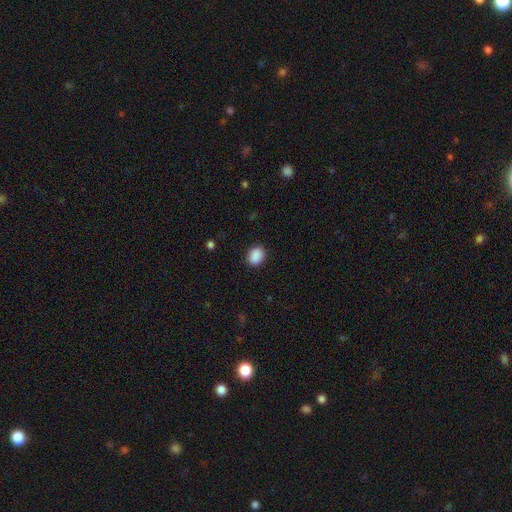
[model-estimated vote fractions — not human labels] Morphology: type=smooth (89%); roundness=in between (62%); merging=none (88%).